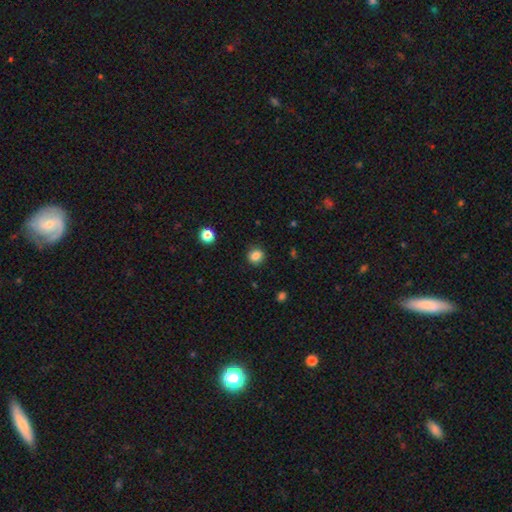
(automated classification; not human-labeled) A smooth galaxy with no disk features (85%) that is round (73%).

Vote fractions:
- Smooth or featured? smooth: 85% / star or artifact: 11% / featured or disk: 4%
- How rounded? round: 73% / in between: 26% / cigar-shaped: 1%
- Merging? none: 87% / minor disturbance: 9% / major disturbance: 3% / merger: 1%